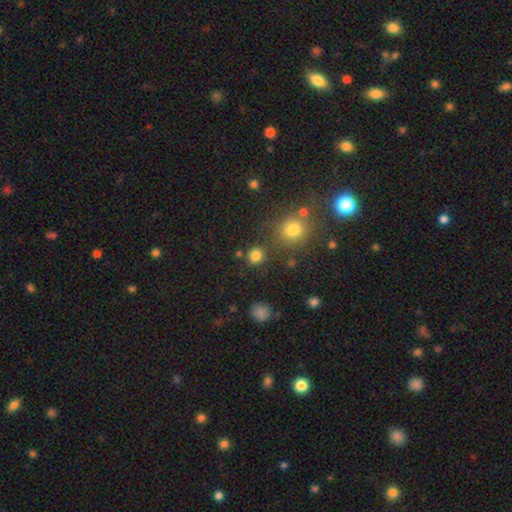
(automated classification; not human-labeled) A smooth galaxy with no disk features (80%) that is round (90%).

Vote fractions:
- Smooth or featured? smooth: 80% / star or artifact: 15% / featured or disk: 4%
- How rounded? round: 90% / in between: 10% / cigar-shaped: 1%
- Merging? none: 83% / minor disturbance: 7% / merger: 7% / major disturbance: 3%